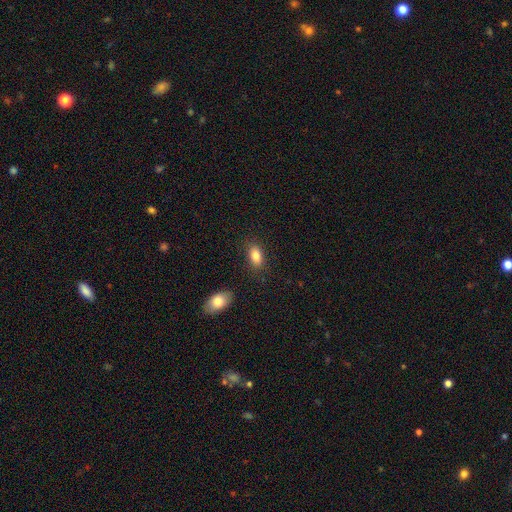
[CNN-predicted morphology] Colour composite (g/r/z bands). It shows a smooth galaxy with no disk features (84%) that is in between round and cigar-shaped (90%). Merging: none (83%).